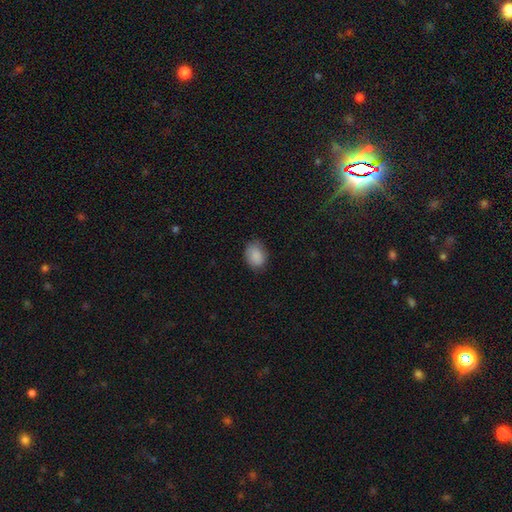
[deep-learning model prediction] Smooth or featured: smooth — 88% (star or artifact — 7%)
How rounded: in between — 63% (round — 36%)
Merging: none — 78% (minor disturbance — 17%)